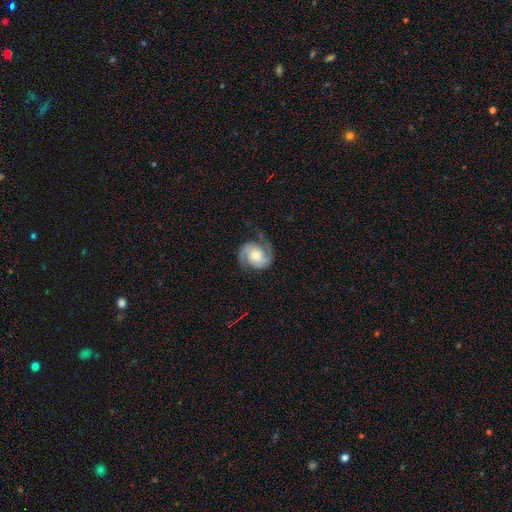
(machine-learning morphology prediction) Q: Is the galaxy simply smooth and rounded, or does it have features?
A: featured or disk — 84%.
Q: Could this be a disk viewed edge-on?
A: no — 98%.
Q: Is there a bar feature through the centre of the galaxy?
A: no — 67%.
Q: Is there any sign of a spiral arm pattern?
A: yes — 97%.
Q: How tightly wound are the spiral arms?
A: medium — 49%.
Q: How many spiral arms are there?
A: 2 — 89%.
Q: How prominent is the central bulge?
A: moderate — 55%.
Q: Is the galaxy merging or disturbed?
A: none — 72%.